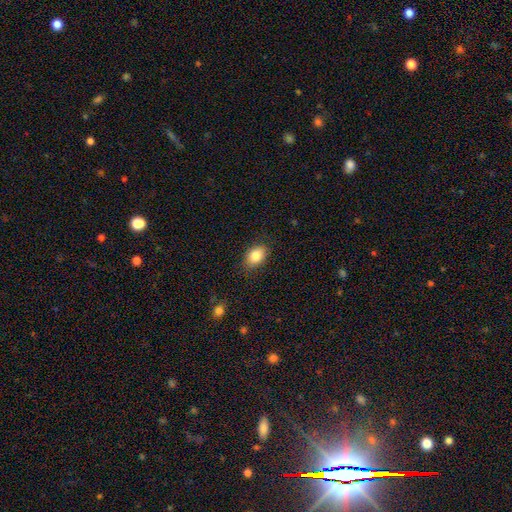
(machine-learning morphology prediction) smooth 84%, star or artifact 8%, featured or disk 8%. Down the decision tree: how rounded — in between (82%); merging — none (85%).